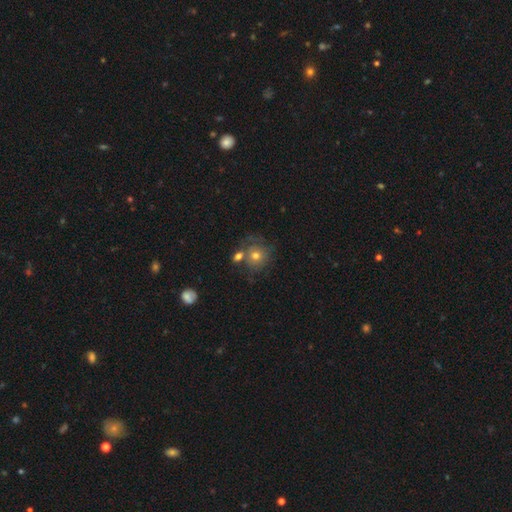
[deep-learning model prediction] smooth_or_featured: smooth (p=0.67) [alt: featured or disk p=0.23]
how_rounded: round (p=0.85) [alt: in between p=0.14]
merging: none (p=0.50) [alt: merger p=0.25]